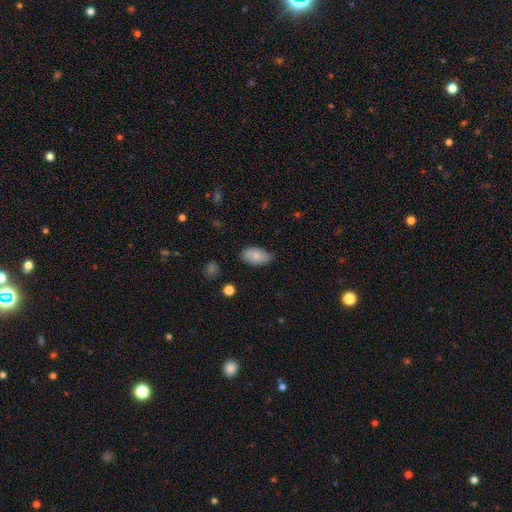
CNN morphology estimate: smooth-or-featured: smooth: 81% | featured or disk: 12% | star or artifact: 7%
  how-rounded: in between: 93% | round: 5% | cigar-shaped: 2%
  merging: none: 76% | minor disturbance: 20% | major disturbance: 3% | merger: 1%